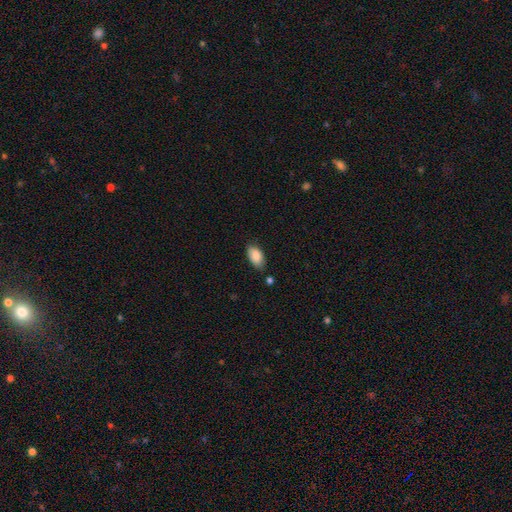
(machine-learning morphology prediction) Smooth or featured?
  - smooth: 88% *
  - star or artifact: 7%
  - featured or disk: 6%
How rounded?
  - in between: 93% *
  - cigar-shaped: 3%
  - round: 3%
Merging?
  - none: 76% *
  - minor disturbance: 18%
  - merger: 3%
  - major disturbance: 3%